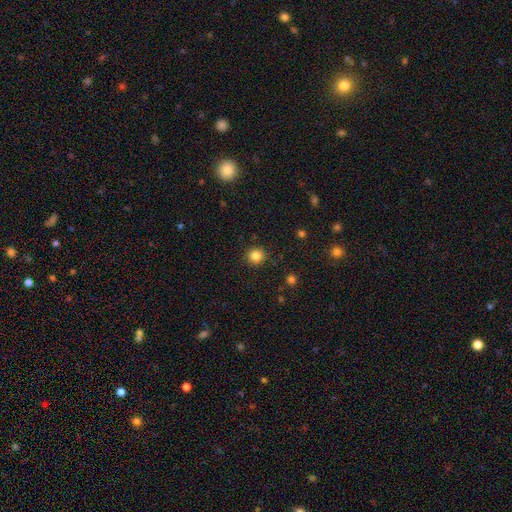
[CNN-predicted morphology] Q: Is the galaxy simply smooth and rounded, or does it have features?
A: smooth — 84%.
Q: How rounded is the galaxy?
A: round — 91%.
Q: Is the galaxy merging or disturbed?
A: none — 90%.